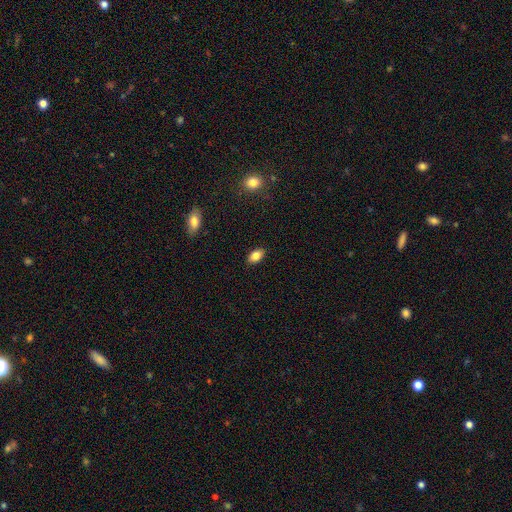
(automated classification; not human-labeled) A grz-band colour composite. It shows a smooth galaxy with no disk features (84%) that is in between round and cigar-shaped (89%). Merging: none (88%).